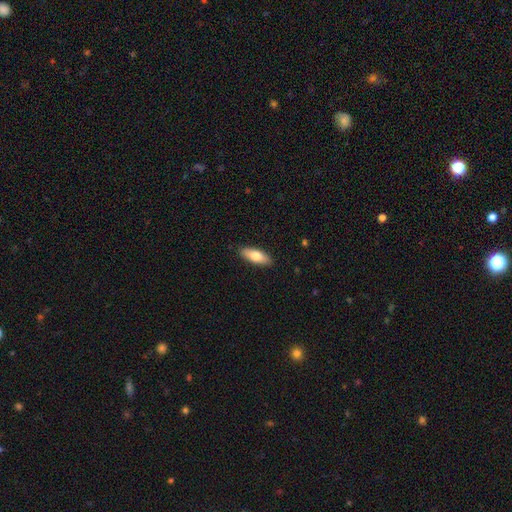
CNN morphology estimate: smooth-or-featured: smooth: 73% | featured or disk: 22% | star or artifact: 6%
  how-rounded: in between: 67% | cigar-shaped: 31% | round: 2%
  merging: none: 89% | minor disturbance: 8% | major disturbance: 2% | merger: 1%